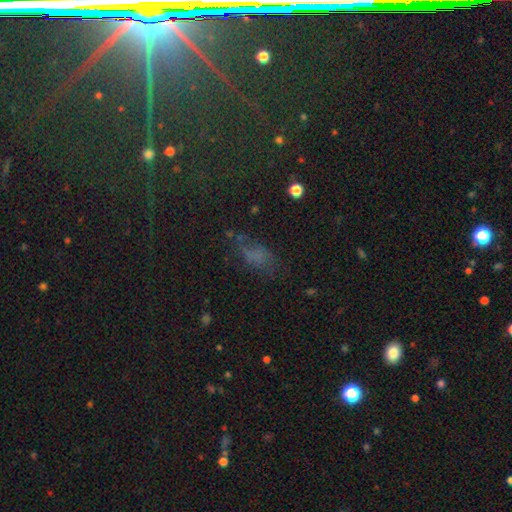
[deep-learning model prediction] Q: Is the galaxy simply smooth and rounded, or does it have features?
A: smooth — 51%.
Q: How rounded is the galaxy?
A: in between — 80%.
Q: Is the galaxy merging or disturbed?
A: none — 50%.